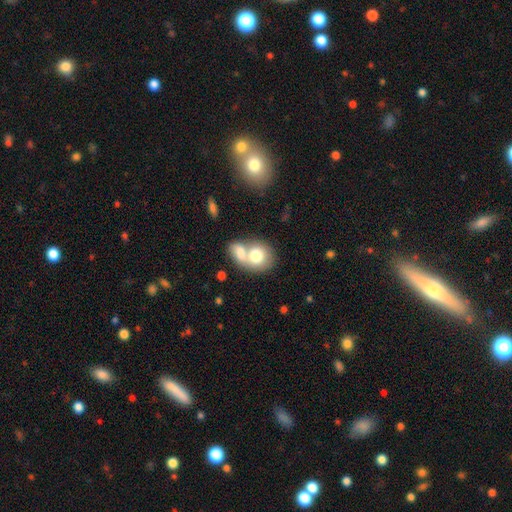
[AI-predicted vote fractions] Overall: smooth (73%). How rounded: round (59%; in between 39%). Merging: merger (67%).